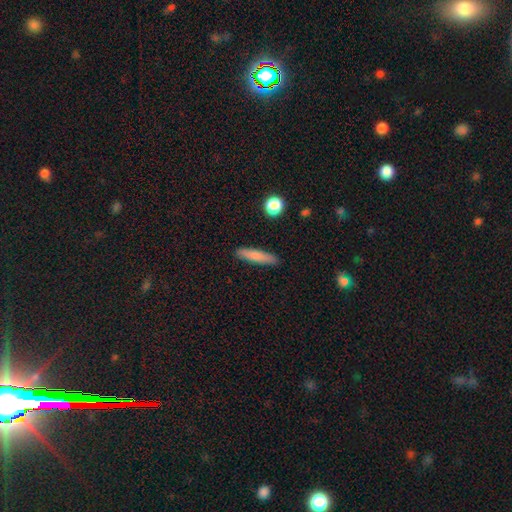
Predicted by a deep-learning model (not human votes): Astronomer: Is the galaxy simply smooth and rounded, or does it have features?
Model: smooth — 77%.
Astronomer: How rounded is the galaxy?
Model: cigar-shaped — 86%.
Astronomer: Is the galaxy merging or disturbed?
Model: none — 89%.